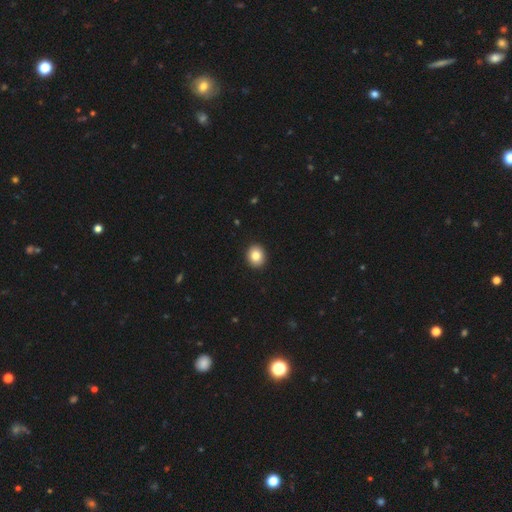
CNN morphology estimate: smooth_or_featured: smooth (p=0.84) [alt: star or artifact p=0.09]
how_rounded: round (p=0.71) [alt: in between p=0.28]
merging: none (p=0.93) [alt: minor disturbance p=0.05]